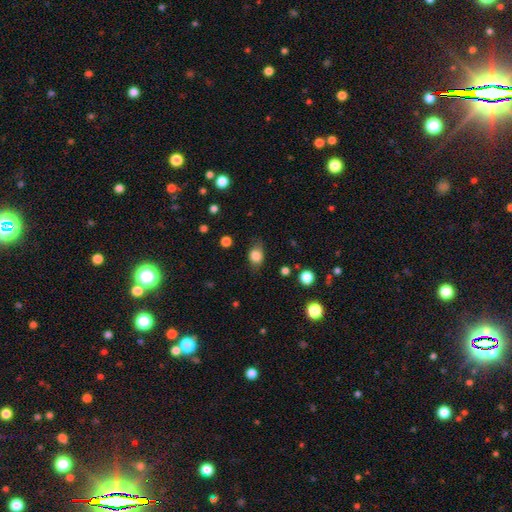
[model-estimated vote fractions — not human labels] This is clearly a smooth galaxy (82%). How rounded: possibly in between (58%). Merging: likely none (71%).